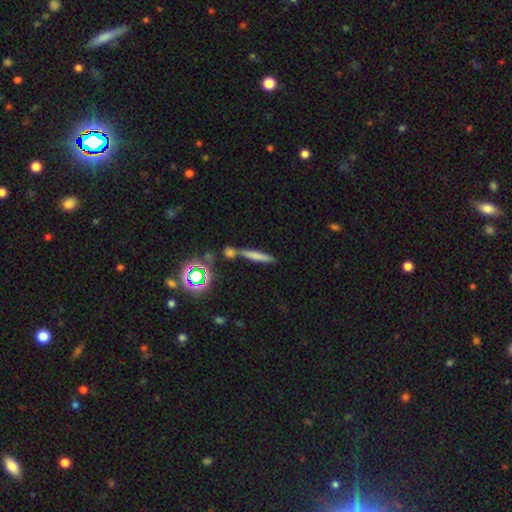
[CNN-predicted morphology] Overall: smooth (64%). How rounded: cigar-shaped (87%). Merging: none (64%).